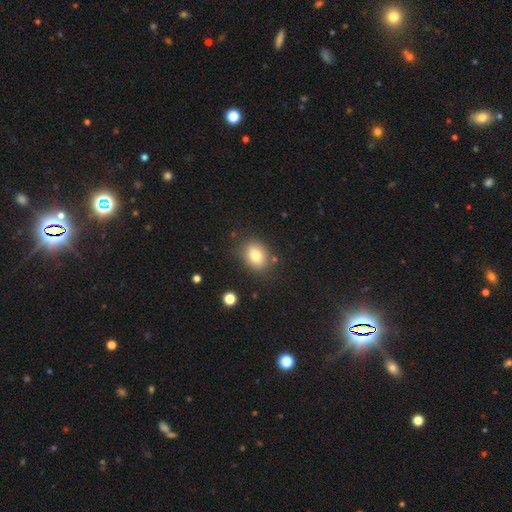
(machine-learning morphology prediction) Smooth or featured?
  - smooth: 78% *
  - featured or disk: 12%
  - star or artifact: 11%
How rounded?
  - in between: 57% *
  - round: 42%
  - cigar-shaped: 1%
Merging?
  - none: 80% *
  - minor disturbance: 13%
  - major disturbance: 4%
  - merger: 3%